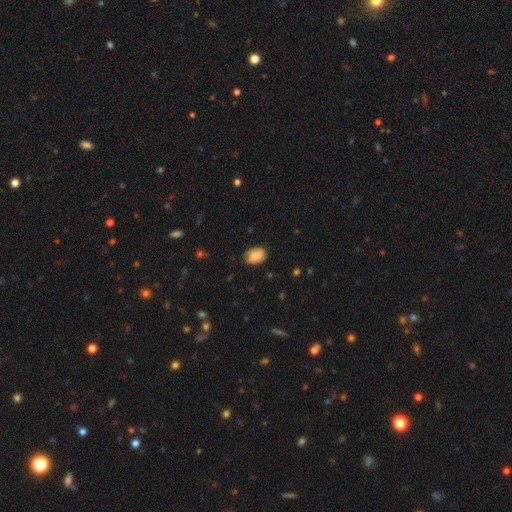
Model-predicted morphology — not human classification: A smooth galaxy with no disk features (80%) that is in between round and cigar-shaped (70%). Merging: none (74%).